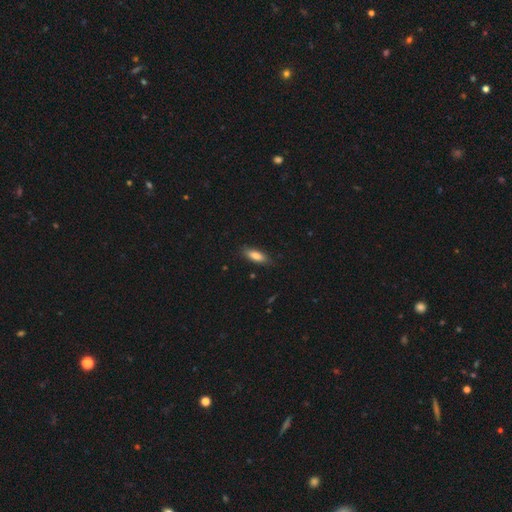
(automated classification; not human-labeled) smooth_or_featured: smooth (p=0.81) [alt: featured or disk p=0.12]
how_rounded: in between (p=0.64) [alt: cigar-shaped p=0.34]
merging: none (p=0.83) [alt: minor disturbance p=0.13]